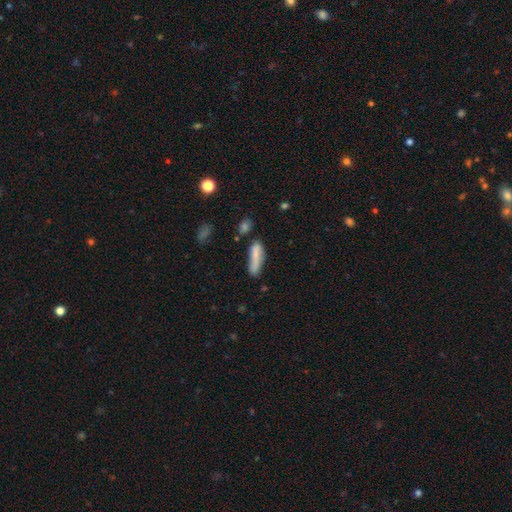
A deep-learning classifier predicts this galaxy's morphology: type=smooth (74%); roundness=cigar-shaped (65%); merging=none (58%).